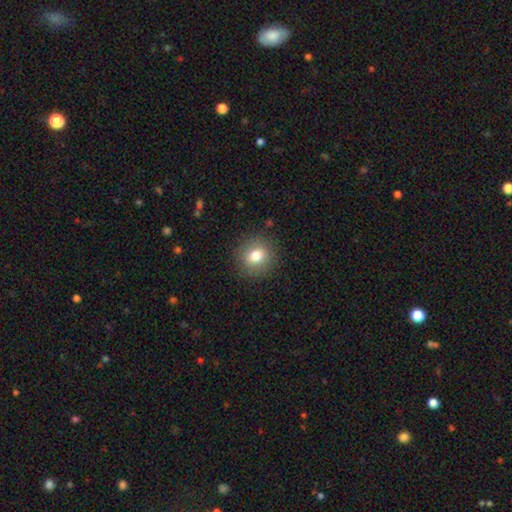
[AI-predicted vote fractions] smooth-or-featured: smooth: 78% | featured or disk: 11% | star or artifact: 11%
  how-rounded: round: 87% | in between: 12% | cigar-shaped: 1%
  merging: none: 88% | minor disturbance: 8% | major disturbance: 3% | merger: 1%